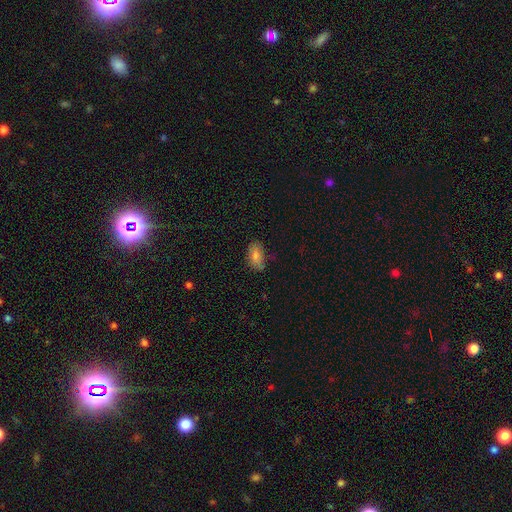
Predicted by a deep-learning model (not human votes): smooth_or_featured: smooth (p=0.70) [alt: featured or disk p=0.18]
how_rounded: in between (p=0.89) [alt: round p=0.07]
merging: none (p=0.76) [alt: minor disturbance p=0.19]